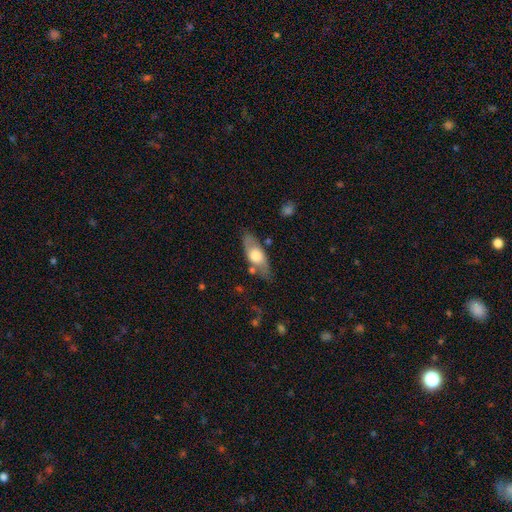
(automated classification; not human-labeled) Smooth or featured?
  - smooth: 56% *
  - featured or disk: 38%
  - star or artifact: 6%
How rounded?
  - in between: 76% *
  - cigar-shaped: 20%
  - round: 4%
Merging?
  - none: 71% *
  - minor disturbance: 19%
  - major disturbance: 5%
  - merger: 4%